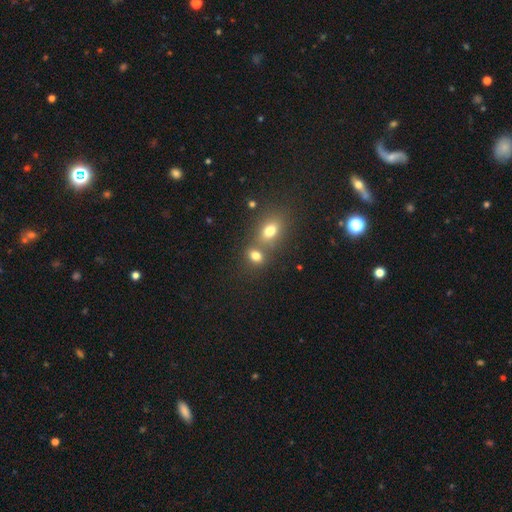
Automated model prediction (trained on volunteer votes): smooth 77%, star or artifact 14%, featured or disk 9%. Down the decision tree: how rounded — in between (60%); merging — none (47%).